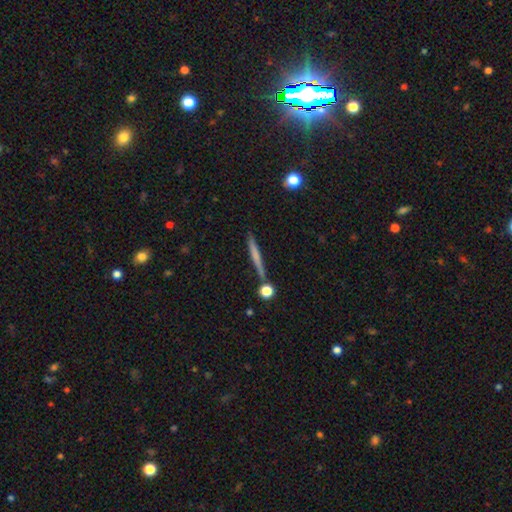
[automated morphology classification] Overall: smooth (58%; featured or disk 34%). How rounded: cigar-shaped (95%). Merging: none (81%).